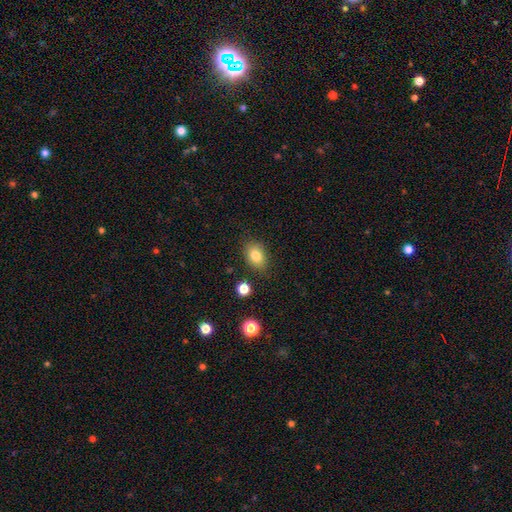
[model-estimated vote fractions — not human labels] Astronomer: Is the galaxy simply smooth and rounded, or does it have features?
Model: smooth — 82%.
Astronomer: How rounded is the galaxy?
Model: in between — 75%.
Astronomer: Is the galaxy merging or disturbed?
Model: none — 82%.